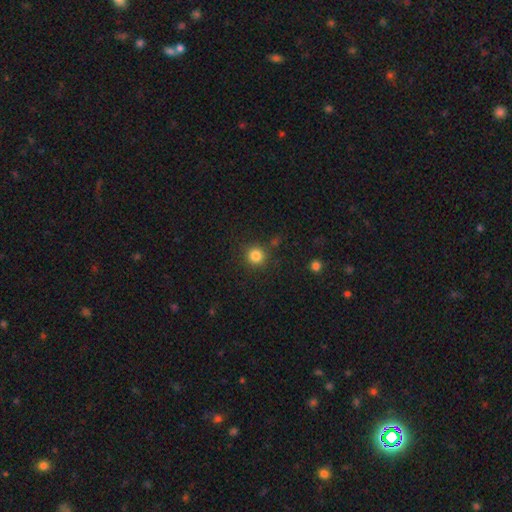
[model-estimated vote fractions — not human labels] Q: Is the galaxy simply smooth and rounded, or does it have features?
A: smooth — 83%.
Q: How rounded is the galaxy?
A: round — 93%.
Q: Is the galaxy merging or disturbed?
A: none — 85%.